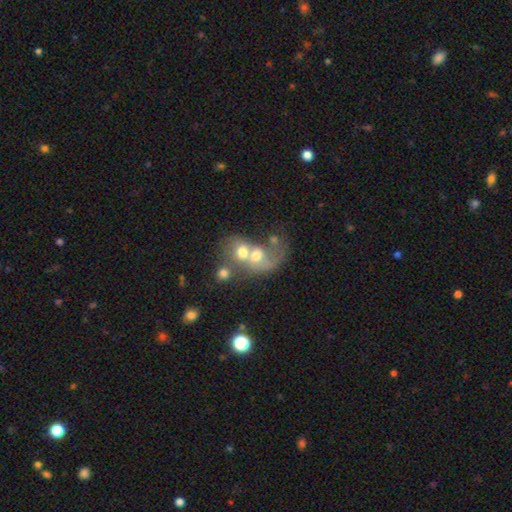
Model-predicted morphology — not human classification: This appears to be a smooth galaxy with no disk features (47%). Merging: merger (74%).